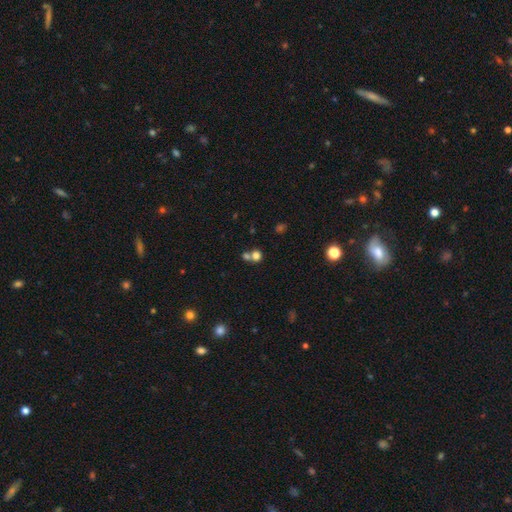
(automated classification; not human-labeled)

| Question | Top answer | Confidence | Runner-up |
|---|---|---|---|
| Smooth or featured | smooth | 74% | star or artifact (16%) |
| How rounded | round | 81% | in between (18%) |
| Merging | merger | 45% | tied: none (45%) |